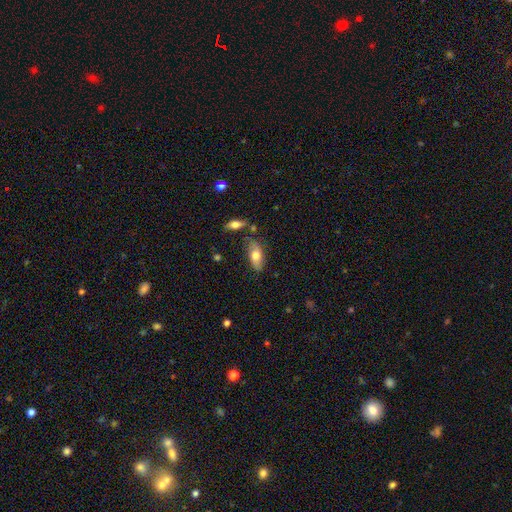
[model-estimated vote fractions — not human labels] smooth_or_featured: smooth (p=0.68) [alt: featured or disk p=0.25]
how_rounded: in between (p=0.83) [alt: cigar-shaped p=0.14]
merging: none (p=0.73) [alt: minor disturbance p=0.18]